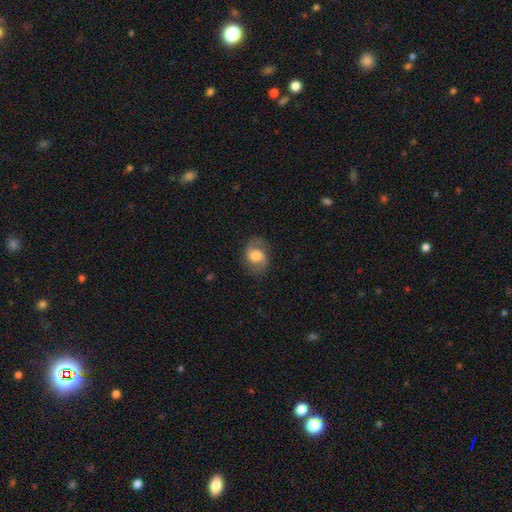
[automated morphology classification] A featured or disk galaxy (47%).

Vote fractions:
- Smooth or featured? featured or disk: 47% / smooth: 45% / star or artifact: 8%
- Merging? none: 69% / minor disturbance: 20% / major disturbance: 10% / merger: 1%